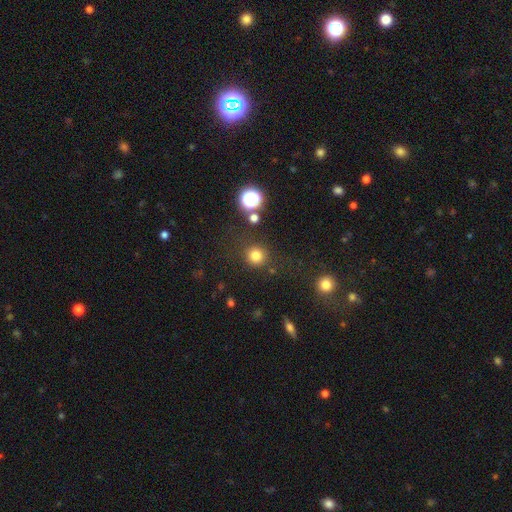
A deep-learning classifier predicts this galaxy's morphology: smooth_or_featured: smooth (p=0.78) [alt: star or artifact p=0.17]
how_rounded: round (p=0.94) [alt: in between p=0.05]
merging: none (p=0.86) [alt: minor disturbance p=0.07]